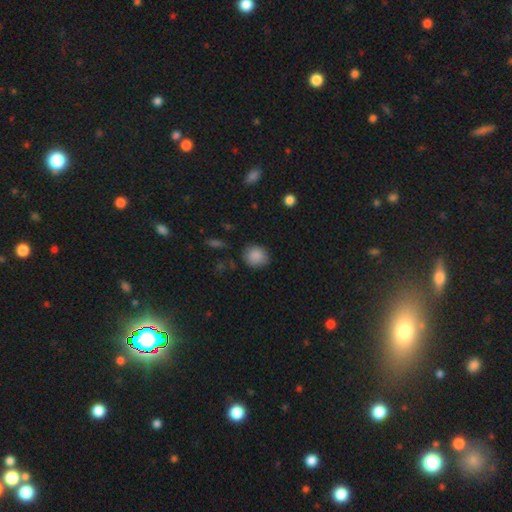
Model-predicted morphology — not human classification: Overall: smooth (87%). How rounded: round (76%). Merging: none (78%).